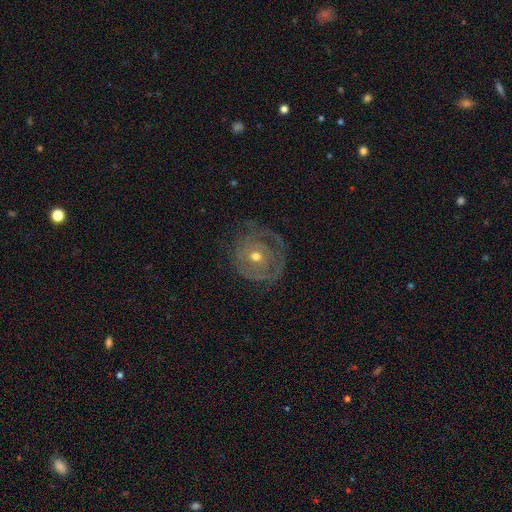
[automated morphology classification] smooth_or_featured: featured or disk (p=0.72) [alt: smooth p=0.21]
disk_edge_on: no (p=0.97) [alt: yes p=0.03]
bar: no (p=0.76) [alt: weak p=0.19]
has_spiral_arms: yes (p=0.66) [alt: no p=0.34]
bulge_size: moderate (p=0.63) [alt: small p=0.33]
merging: none (p=0.64) [alt: minor disturbance p=0.20]